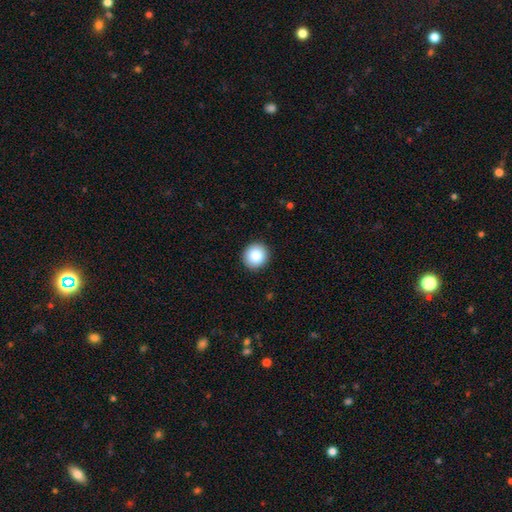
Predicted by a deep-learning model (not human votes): This appears to be a smooth galaxy with no disk features (87%) that is round (93%). Merging: none (92%).